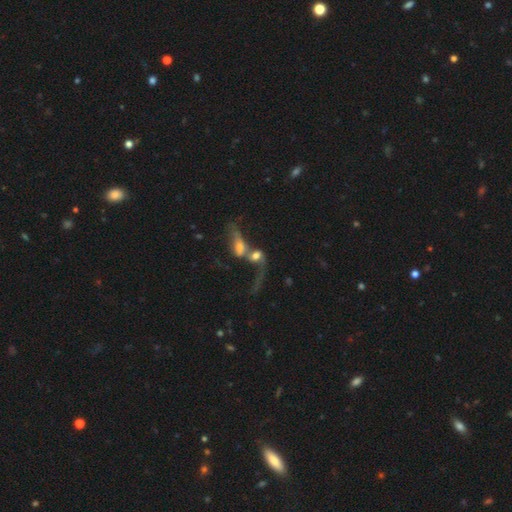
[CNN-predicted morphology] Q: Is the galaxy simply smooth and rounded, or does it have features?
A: smooth — 46%.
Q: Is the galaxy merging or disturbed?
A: merger — 77%.